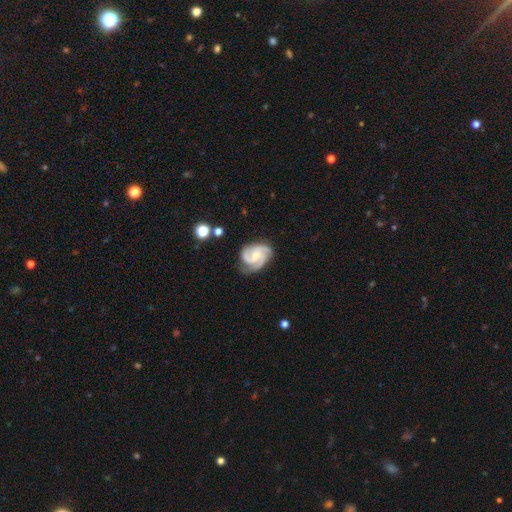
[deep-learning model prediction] Q: Smooth or featured?
A: featured or disk (91%); runner-up: smooth (5%)
Q: Edge-on disk?
A: no (98%); runner-up: yes (2%)
Q: Bar?
A: no (63%); runner-up: weak (29%)
Q: Spiral arms?
A: yes (99%); runner-up: no (1%)
Q: Spiral winding?
A: tight (49%); runner-up: medium (44%)
Q: Spiral arm count?
A: 3 (74%); runner-up: 2 (12%)
Q: Bulge size?
A: small (50%); runner-up: moderate (46%)
Q: Merging?
A: none (75%); runner-up: minor disturbance (18%)